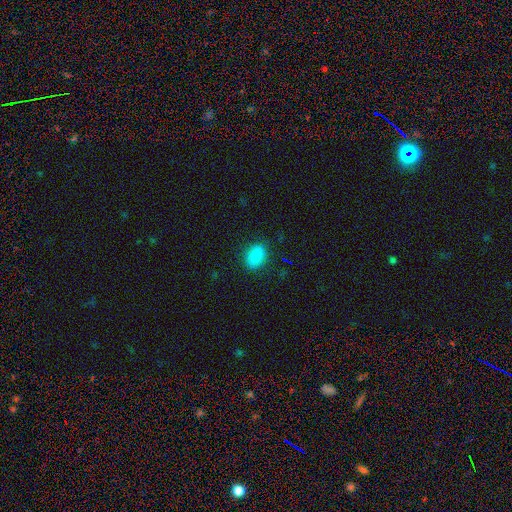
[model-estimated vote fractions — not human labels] Morphology: type=smooth (86%); roundness=in between (76%); merging=none (84%).